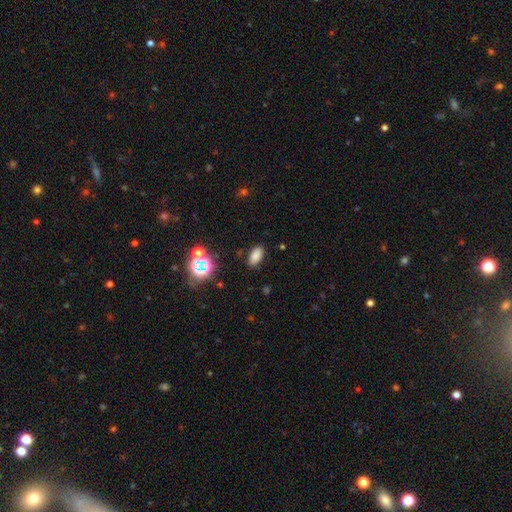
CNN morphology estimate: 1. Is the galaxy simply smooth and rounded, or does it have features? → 79% smooth, 15% star or artifact, 6% featured or disk.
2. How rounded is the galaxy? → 91% in between, 5% round, 4% cigar-shaped.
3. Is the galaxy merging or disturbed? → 87% none, 8% minor disturbance, 3% major disturbance, 2% merger.